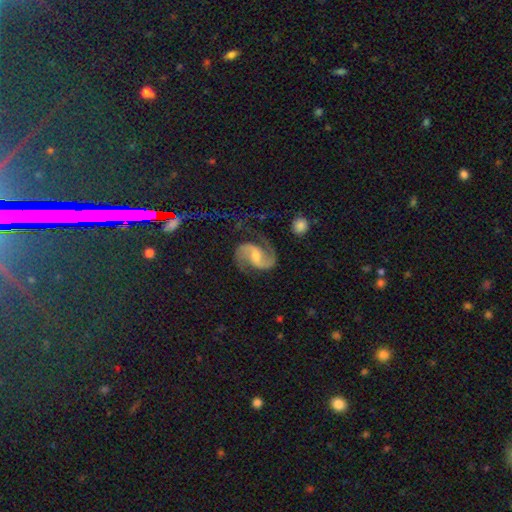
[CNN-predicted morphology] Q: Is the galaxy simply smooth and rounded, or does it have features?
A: featured or disk — 91%.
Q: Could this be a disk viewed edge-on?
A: no — 98%.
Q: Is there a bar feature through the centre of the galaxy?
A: weak — 46%.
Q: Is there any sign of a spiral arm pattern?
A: yes — 98%.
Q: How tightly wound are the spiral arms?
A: medium — 57%.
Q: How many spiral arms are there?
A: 2 — 94%.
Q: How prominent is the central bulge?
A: moderate — 61%.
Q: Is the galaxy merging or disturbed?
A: none — 76%.